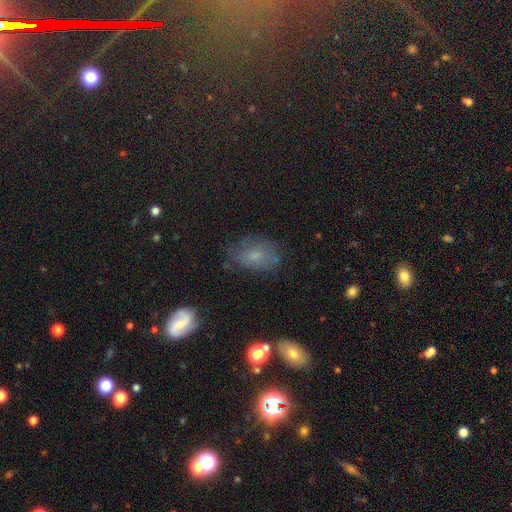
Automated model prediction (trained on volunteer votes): A smooth galaxy with no disk features (57%) that is in between round and cigar-shaped (79%). Merging: none (62%).